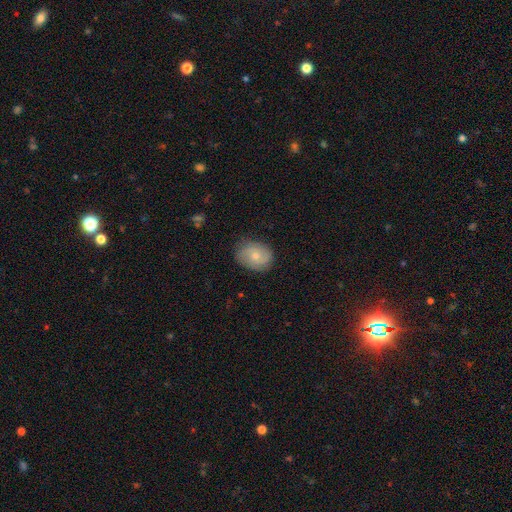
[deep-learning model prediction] Q: Smooth or featured?
A: smooth (55%); runner-up: featured or disk (38%)
Q: How rounded?
A: in between (55%); runner-up: round (44%)
Q: Merging?
A: none (78%); runner-up: minor disturbance (17%)